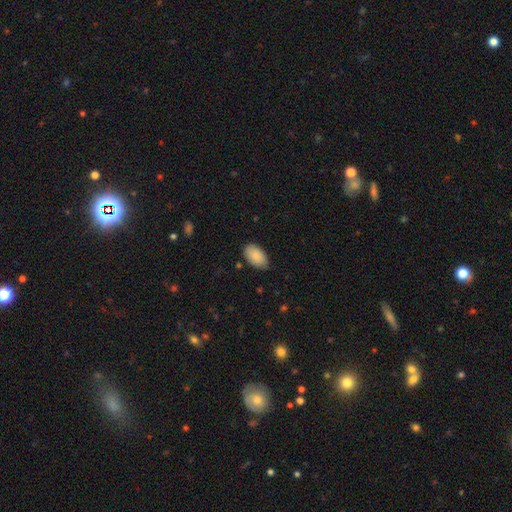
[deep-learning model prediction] Overall: smooth (89%). How rounded: in between (95%). Merging: none (80%).